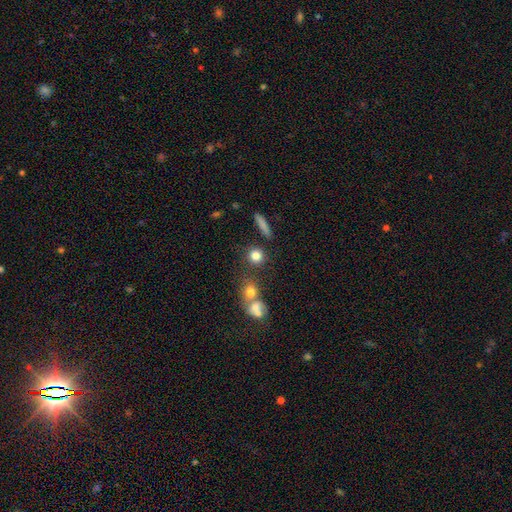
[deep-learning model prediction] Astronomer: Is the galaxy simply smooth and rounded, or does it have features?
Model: smooth — 81%.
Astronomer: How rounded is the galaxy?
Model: round — 87%.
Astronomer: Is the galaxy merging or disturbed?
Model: none — 74%.